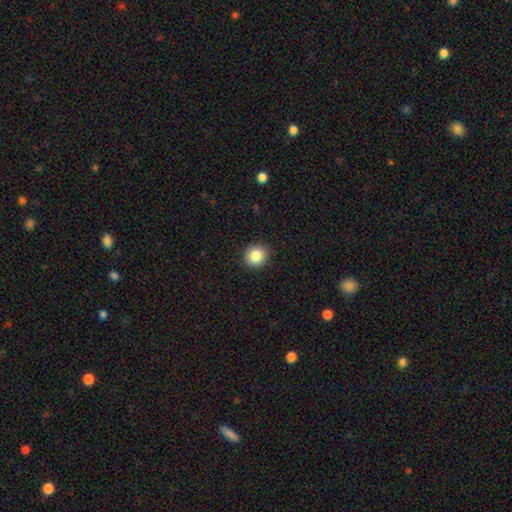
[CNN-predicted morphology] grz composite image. It shows a smooth galaxy with no disk features (85%) that is round (87%). Merging: none (91%).